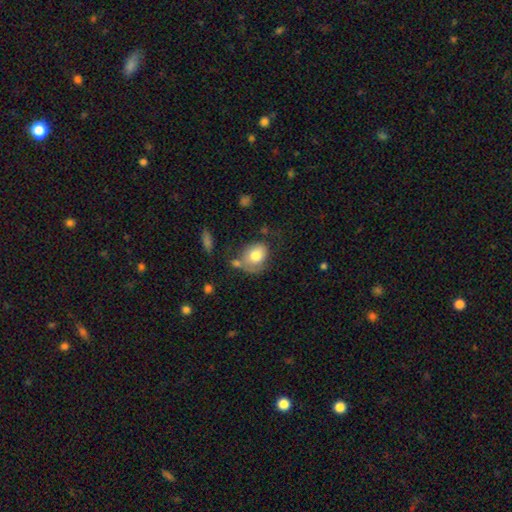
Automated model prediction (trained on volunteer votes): smooth 74%, featured or disk 19%, star or artifact 8%. Down the decision tree: how rounded — in between (53%); merging — none (43%).